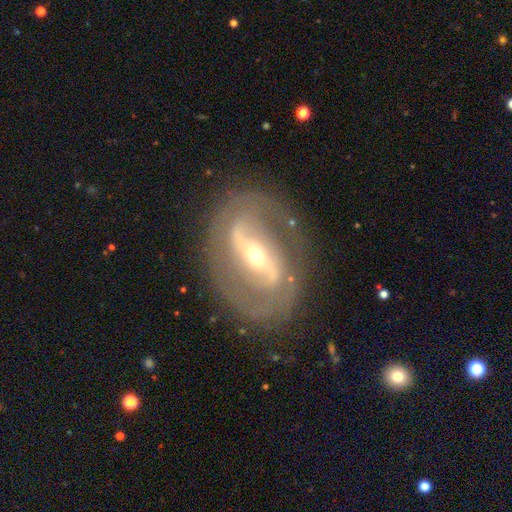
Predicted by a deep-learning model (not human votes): Smooth or featured?
  - featured or disk: 86% *
  - smooth: 8%
  - star or artifact: 6%
Edge-on disk?
  - no: 94% *
  - yes: 6%
Bar?
  - strong: 55% *
  - weak: 29%
  - no: 16%
Spiral arms?
  - yes: 86% *
  - no: 14%
Spiral winding?
  - medium: 44% *
  - tight: 33%
  - loose: 23%
Spiral arm count?
  - 2: 82% *
  - can't tell: 9%
  - 3: 3%
  - 1: 3%
  - 4: 1%
  - more than 4: 1%
Bulge size?
  - small: 54% *
  - moderate: 42%
  - large: 3%
  - dominant: 1%
  - none: 1%
Merging?
  - none: 78% *
  - minor disturbance: 13%
  - major disturbance: 7%
  - merger: 2%